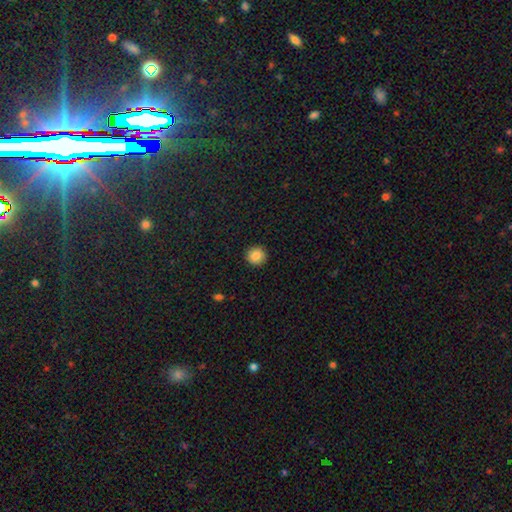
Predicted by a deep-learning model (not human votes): smooth_or_featured: smooth (p=0.86) [alt: star or artifact p=0.09]
how_rounded: round (p=0.94) [alt: in between p=0.05]
merging: none (p=0.92) [alt: minor disturbance p=0.05]